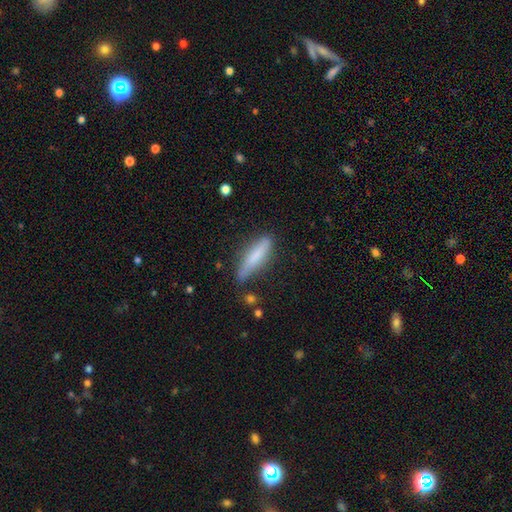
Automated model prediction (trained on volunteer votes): Smooth or featured? smooth (67%)
How rounded? cigar-shaped (80%)
Merging? none (75%)